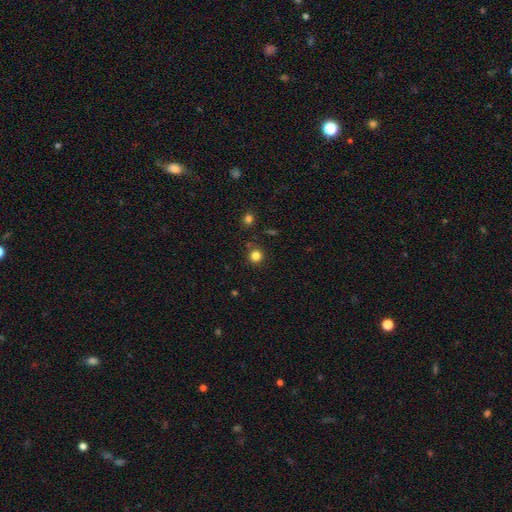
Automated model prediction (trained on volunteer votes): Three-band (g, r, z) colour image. It shows a smooth galaxy with no disk features (82%) that is round (91%). Merging: none (84%).